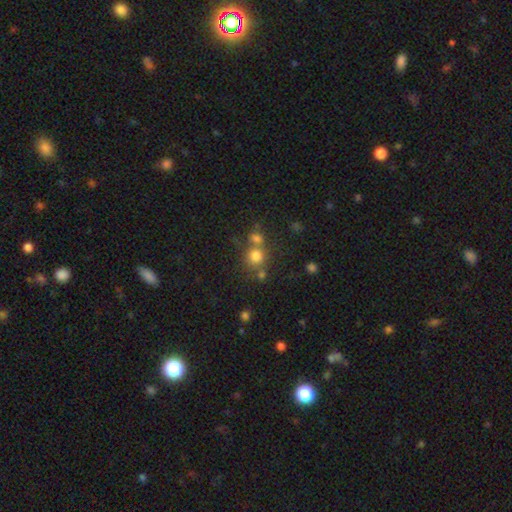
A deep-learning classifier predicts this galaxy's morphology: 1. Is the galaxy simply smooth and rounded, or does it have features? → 75% smooth, 16% star or artifact, 9% featured or disk.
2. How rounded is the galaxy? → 88% round, 11% in between, 1% cigar-shaped.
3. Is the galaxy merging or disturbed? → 56% none, 31% merger, 9% minor disturbance, 4% major disturbance.